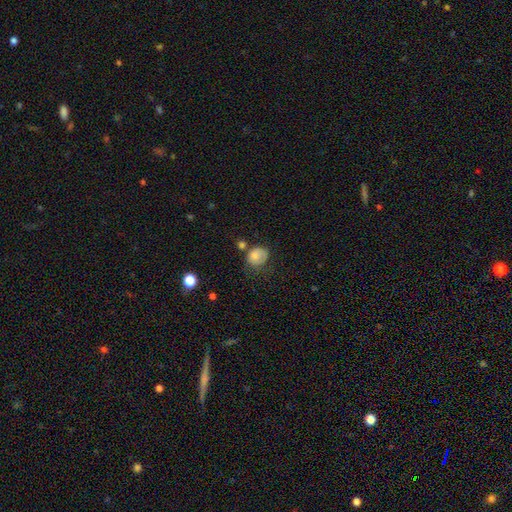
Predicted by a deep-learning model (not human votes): Q: Smooth or featured?
A: smooth (80%); runner-up: featured or disk (10%)
Q: How rounded?
A: round (60%); runner-up: in between (40%)
Q: Merging?
A: none (47%); runner-up: minor disturbance (30%)